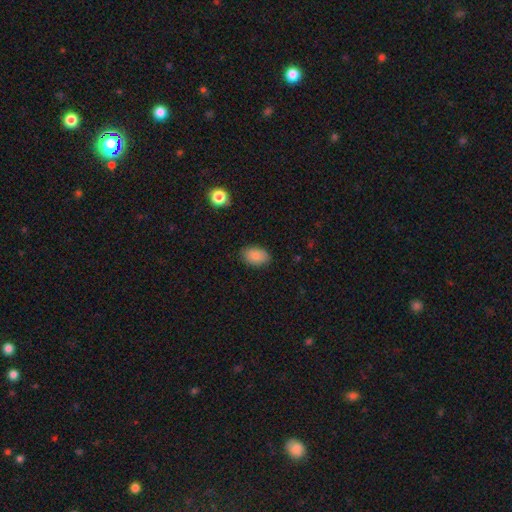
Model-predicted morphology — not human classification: This is clearly a smooth galaxy (87%). How rounded: clearly in between (87%). Merging: clearly none (85%).